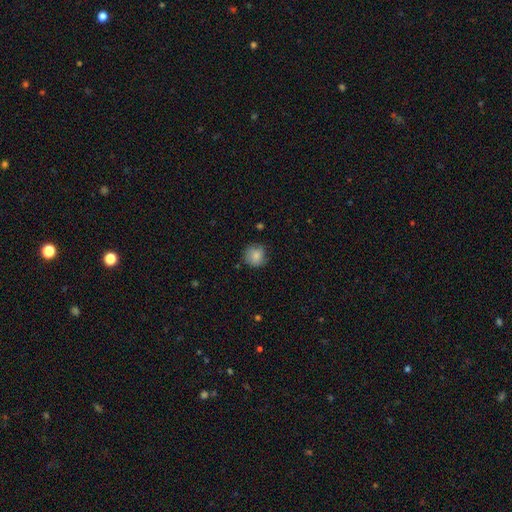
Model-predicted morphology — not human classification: This appears to be a smooth galaxy with no disk features (81%) that is round (88%). Merging: none (75%).